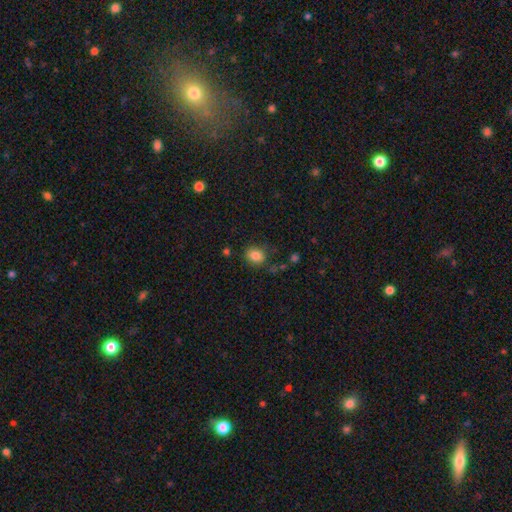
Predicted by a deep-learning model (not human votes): Smooth or featured? Predicted: smooth (p=0.84). How rounded? Predicted: round (p=0.65). Merging? Predicted: none (p=0.78).